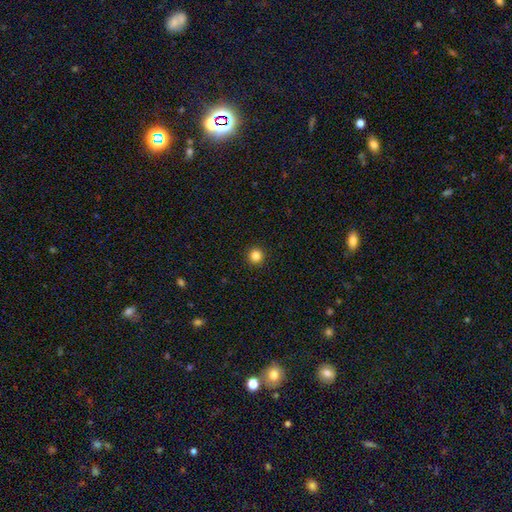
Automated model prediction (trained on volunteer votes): Smooth or featured? Predicted: smooth (p=0.85). How rounded? Predicted: round (p=0.96). Merging? Predicted: none (p=0.94).